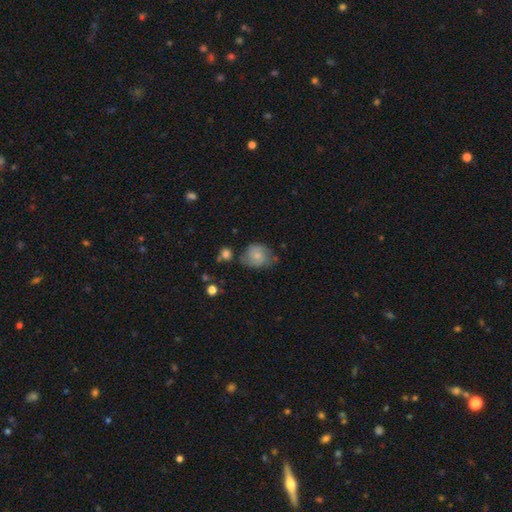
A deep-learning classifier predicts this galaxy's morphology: type=smooth (59%); roundness=round (64%); merging=none (54%).